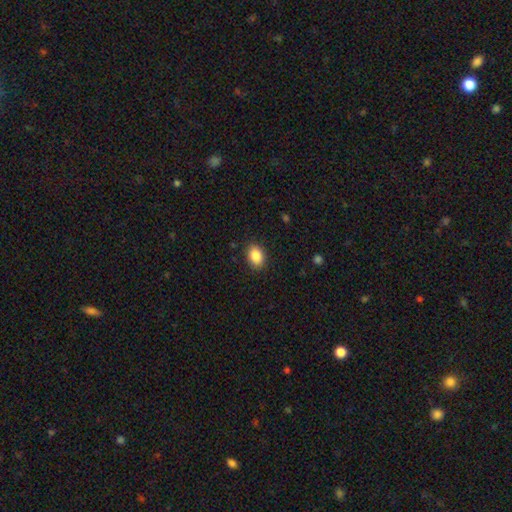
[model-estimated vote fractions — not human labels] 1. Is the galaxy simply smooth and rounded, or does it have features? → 87% smooth, 8% star or artifact, 5% featured or disk.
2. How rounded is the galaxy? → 70% in between, 29% round, 1% cigar-shaped.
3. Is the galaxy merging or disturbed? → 88% none, 9% minor disturbance, 2% major disturbance, 1% merger.